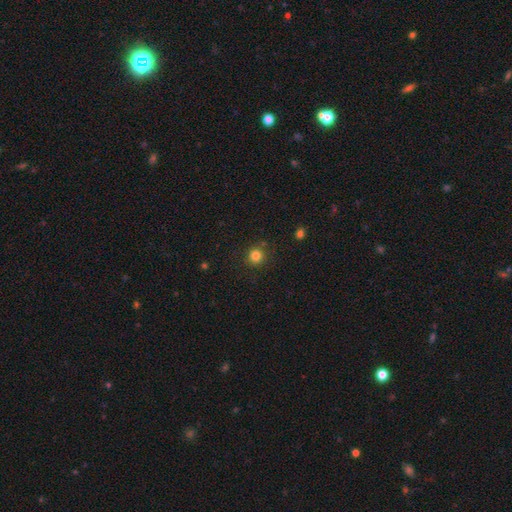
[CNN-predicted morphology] This is clearly a smooth galaxy (82%). How rounded: clearly round (92%). Merging: clearly none (87%).